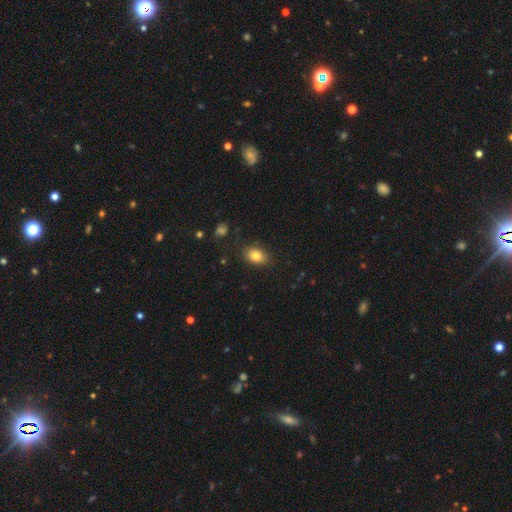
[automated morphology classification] Q: Smooth or featured?
A: smooth (82%); runner-up: star or artifact (10%)
Q: How rounded?
A: in between (77%); runner-up: round (22%)
Q: Merging?
A: none (83%); runner-up: minor disturbance (13%)